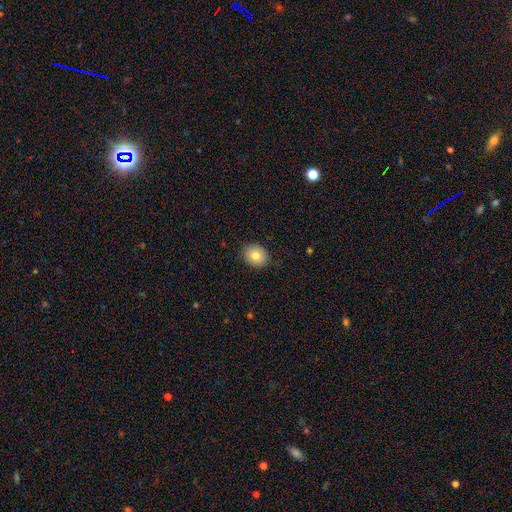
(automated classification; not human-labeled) Smooth or featured?
  - smooth: 80% *
  - featured or disk: 11%
  - star or artifact: 9%
How rounded?
  - round: 54% *
  - in between: 45%
  - cigar-shaped: 1%
Merging?
  - none: 87% *
  - minor disturbance: 10%
  - major disturbance: 2%
  - merger: 1%